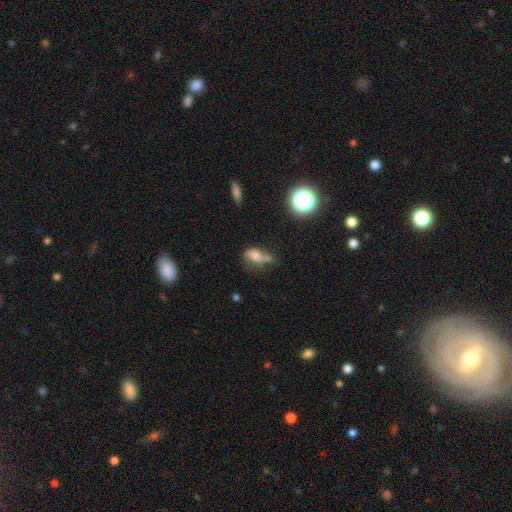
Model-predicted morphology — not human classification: This is possibly a smooth galaxy (54%). How rounded: likely in between (71%). Merging: marginally merger (37%).